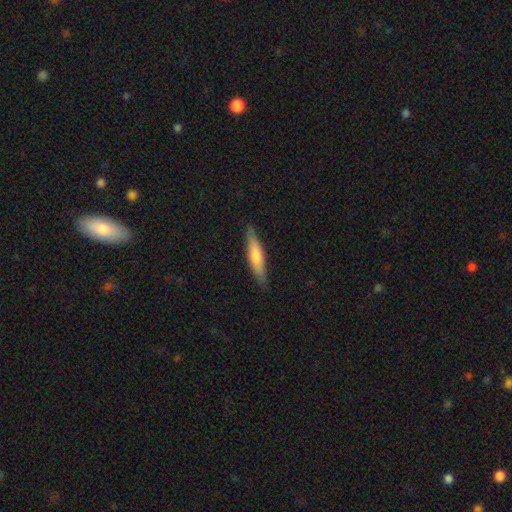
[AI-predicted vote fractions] smooth-or-featured: smooth: 60% | featured or disk: 34% | star or artifact: 6%
  how-rounded: cigar-shaped: 86% | in between: 13% | round: 1%
  merging: none: 88% | minor disturbance: 10% | major disturbance: 2% | merger: 1%